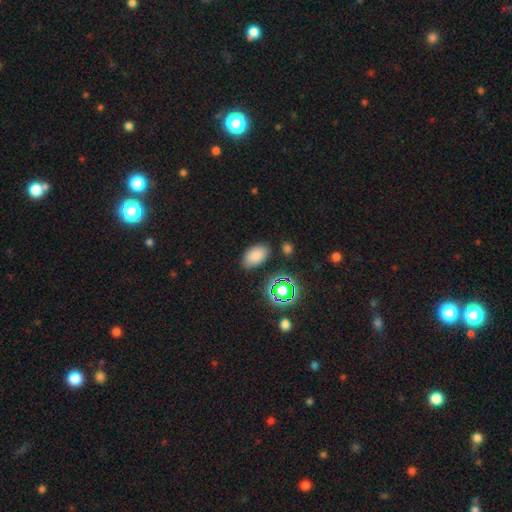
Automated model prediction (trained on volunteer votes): Smooth or featured?
  - smooth: 78% *
  - star or artifact: 15%
  - featured or disk: 7%
How rounded?
  - in between: 91% *
  - round: 7%
  - cigar-shaped: 2%
Merging?
  - none: 82% *
  - minor disturbance: 12%
  - major disturbance: 3%
  - merger: 3%